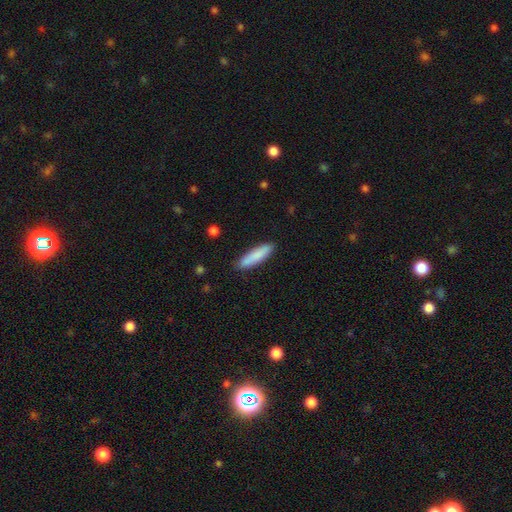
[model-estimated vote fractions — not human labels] This appears to be a smooth galaxy with no disk features (84%) that is cigar-shaped (77%). Merging: none (88%).